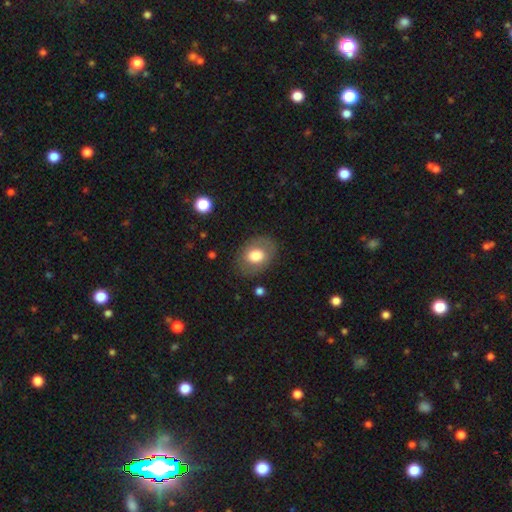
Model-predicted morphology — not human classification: smooth-or-featured: smooth: 71% | featured or disk: 22% | star or artifact: 8%
  how-rounded: in between: 66% | round: 33% | cigar-shaped: 1%
  merging: none: 80% | minor disturbance: 13% | major disturbance: 6% | merger: 1%